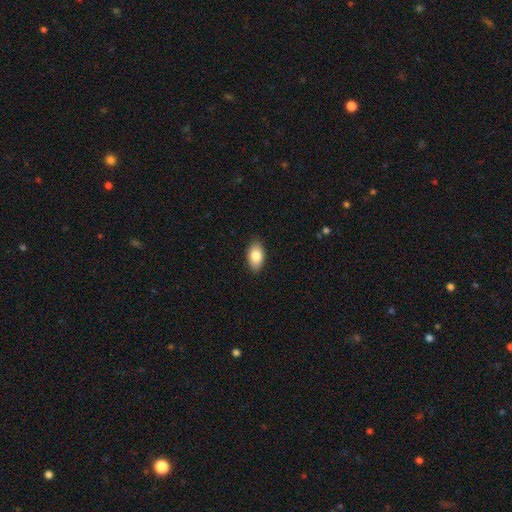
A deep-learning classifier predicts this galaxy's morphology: A smooth galaxy with no disk features (83%) that is in between round and cigar-shaped (93%). Merging: none (88%).